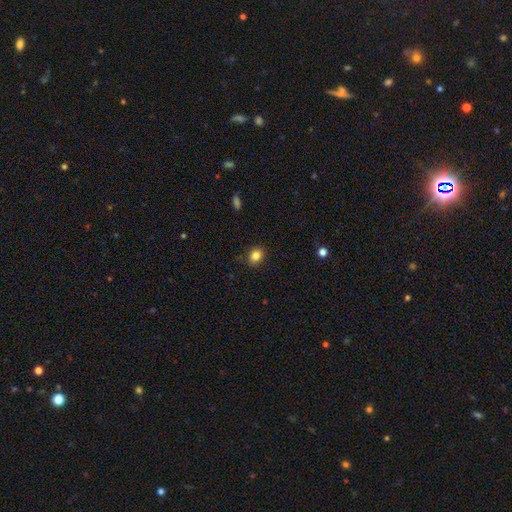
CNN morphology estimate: Q: Smooth or featured?
A: smooth (84%); runner-up: star or artifact (10%)
Q: How rounded?
A: round (59%); runner-up: in between (40%)
Q: Merging?
A: none (88%); runner-up: minor disturbance (8%)